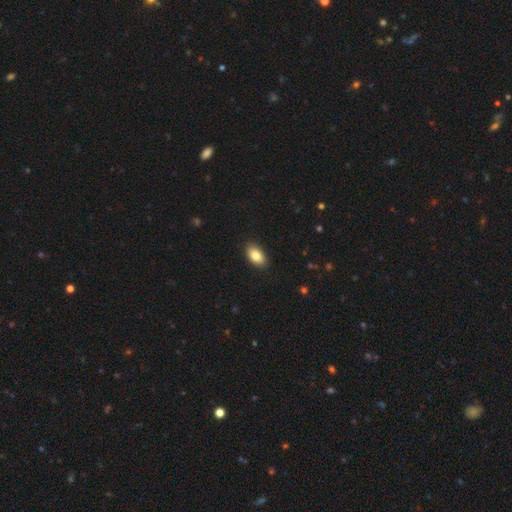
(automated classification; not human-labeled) Smooth or featured? Predicted: smooth (p=0.84). How rounded? Predicted: in between (p=0.93). Merging? Predicted: none (p=0.89).